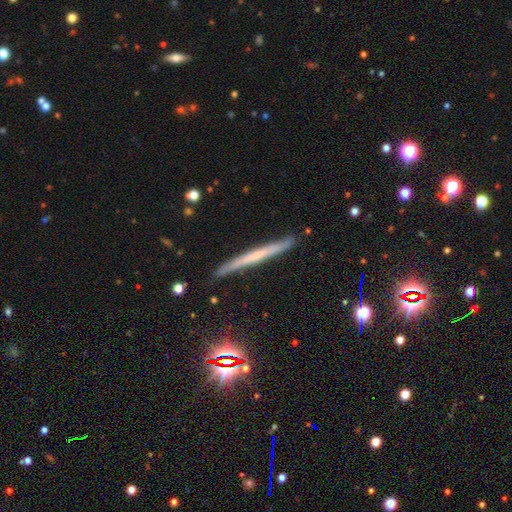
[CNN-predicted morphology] The model was most divided on "smooth or featured": featured or disk: 52%, smooth: 39%, star or artifact: 9%. More confident: edge-on disk — yes (96%); merging — none (88%).